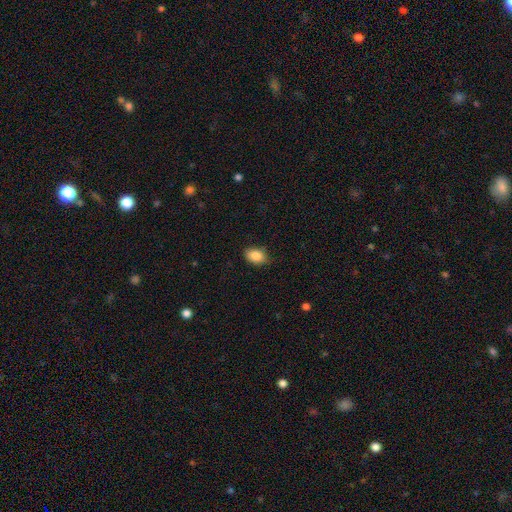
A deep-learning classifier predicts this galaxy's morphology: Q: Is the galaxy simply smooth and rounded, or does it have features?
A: smooth — 86%.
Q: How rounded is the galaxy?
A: in between — 79%.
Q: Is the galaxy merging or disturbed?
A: none — 81%.